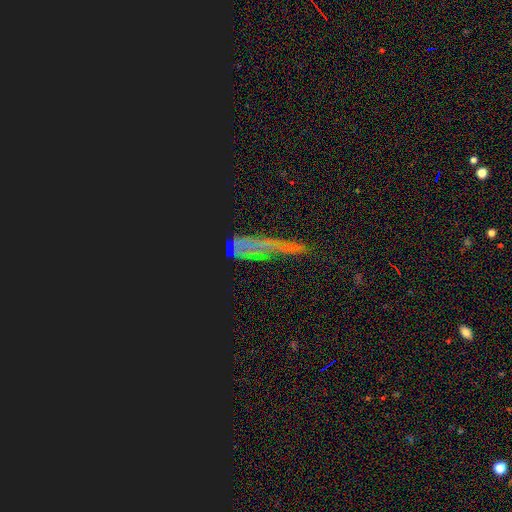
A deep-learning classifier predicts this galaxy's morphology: Smooth or featured?
  - star or artifact: 62% *
  - smooth: 21%
  - featured or disk: 17%